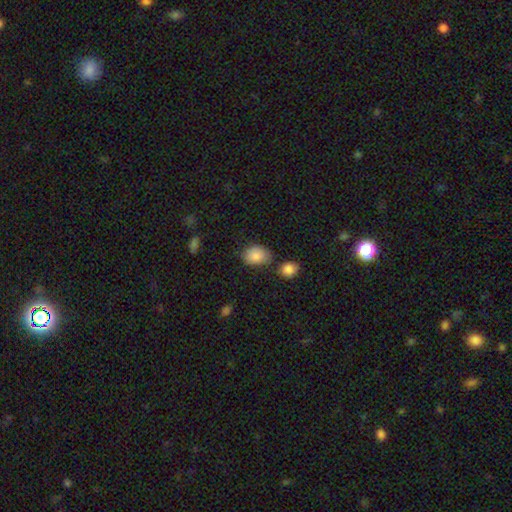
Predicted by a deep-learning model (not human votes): Morphology: type=smooth (87%); roundness=in between (68%); merging=none (68%).